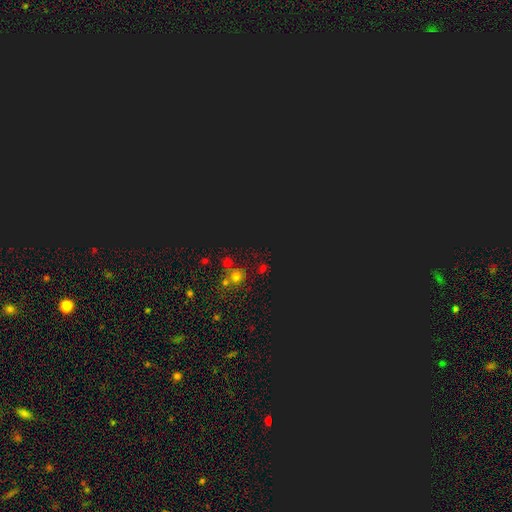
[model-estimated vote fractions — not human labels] smooth-or-featured: star or artifact: 63% | smooth: 29% | featured or disk: 8%